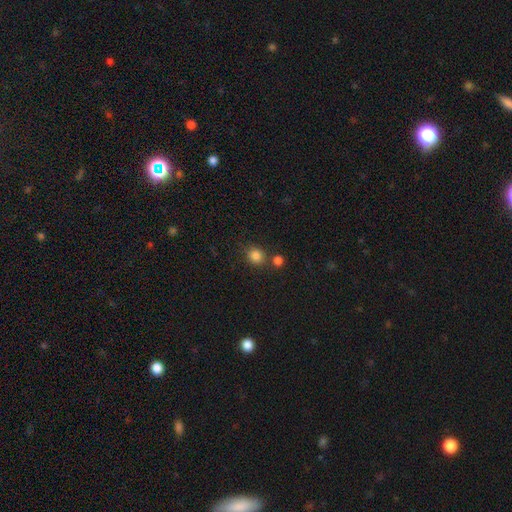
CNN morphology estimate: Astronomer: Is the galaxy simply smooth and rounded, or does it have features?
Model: smooth — 83%.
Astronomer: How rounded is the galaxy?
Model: round — 83%.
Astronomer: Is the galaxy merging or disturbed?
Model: none — 71%.